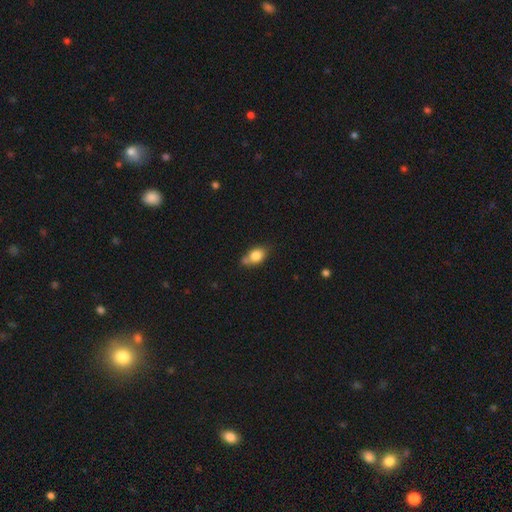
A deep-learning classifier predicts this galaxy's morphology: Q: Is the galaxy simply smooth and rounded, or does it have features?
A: smooth — 81%.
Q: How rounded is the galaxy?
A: in between — 74%.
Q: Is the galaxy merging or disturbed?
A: none — 50%.